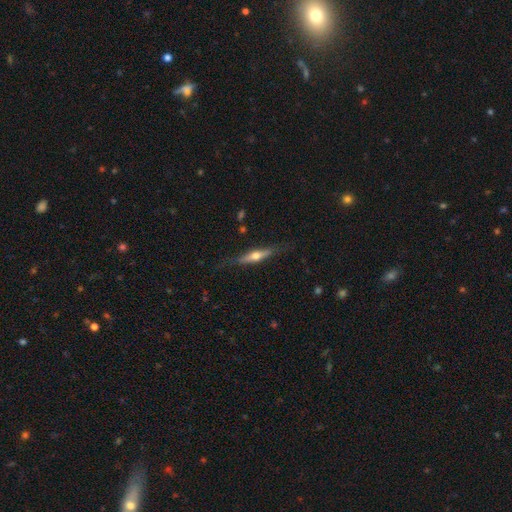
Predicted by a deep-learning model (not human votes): This appears to be a featured or disk galaxy (61%) viewed edge-on (95%) with a rounded central bulge (92%). Merging: none (79%).